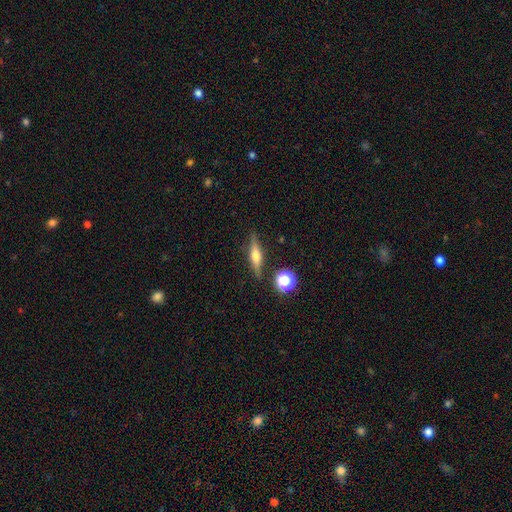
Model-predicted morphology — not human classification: This is possibly a featured or disk galaxy (55%). It is clearly viewed edge-on (94%). Edge-on bulge: clearly rounded (88%). Merging: clearly none (85%).